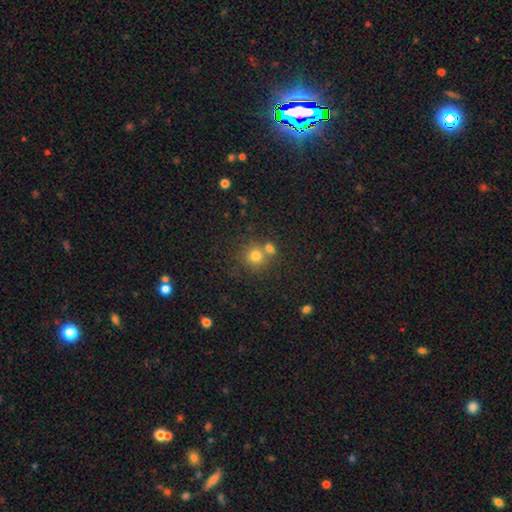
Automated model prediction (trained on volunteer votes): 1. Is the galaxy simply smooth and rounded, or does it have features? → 76% smooth, 14% star or artifact, 10% featured or disk.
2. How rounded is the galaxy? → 89% round, 10% in between, 1% cigar-shaped.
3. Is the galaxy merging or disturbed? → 55% none, 34% merger, 8% minor disturbance, 3% major disturbance.